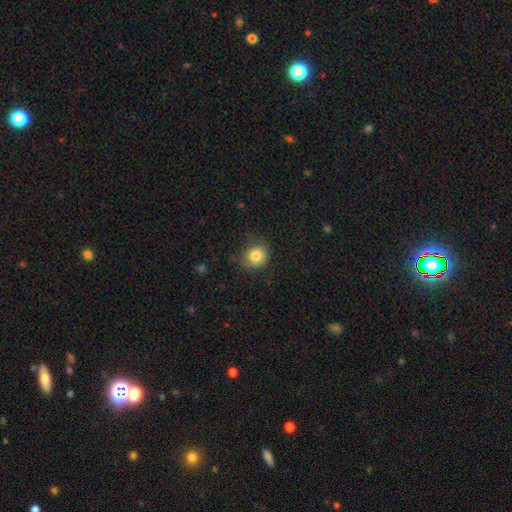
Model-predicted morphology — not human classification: This appears to be a smooth galaxy with no disk features (82%) that is round (80%). Merging: none (72%).